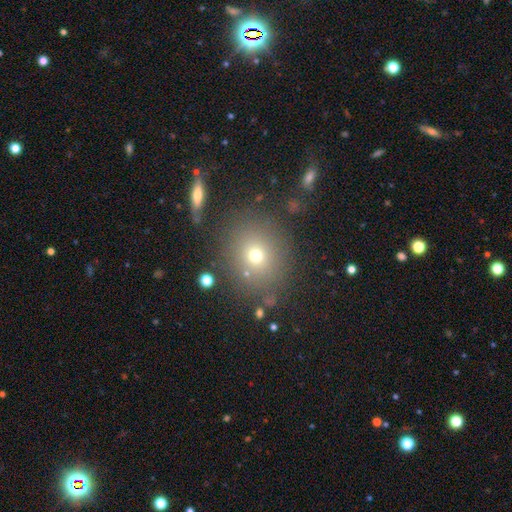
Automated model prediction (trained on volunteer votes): The model was most divided on "smooth or featured": smooth: 68%, star or artifact: 19%, featured or disk: 12%. More confident: how rounded — round (82%); merging — none (82%).